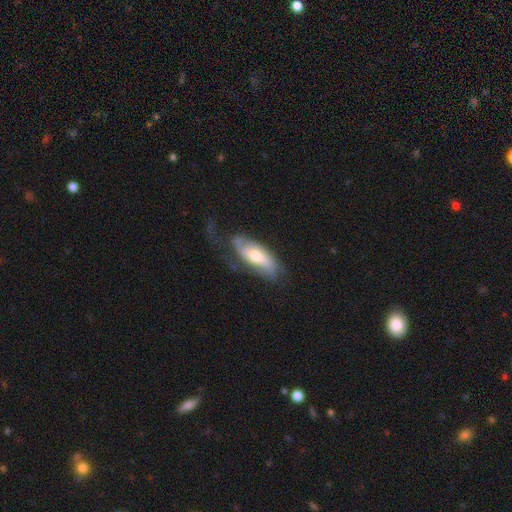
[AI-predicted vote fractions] This is possibly a featured or disk galaxy (55%). It is clearly not viewed edge-on (81%). Merging: marginally none (43%).